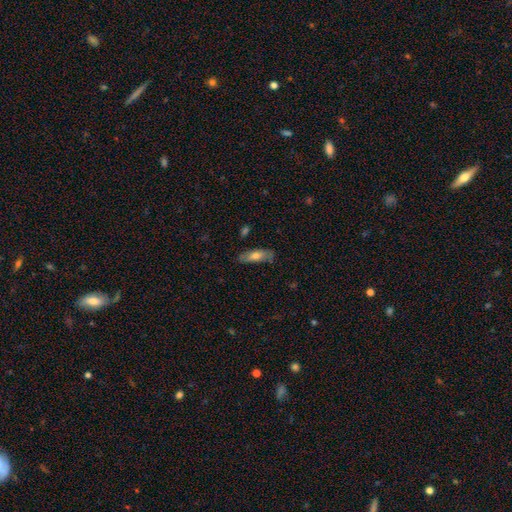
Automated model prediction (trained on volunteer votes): Smooth or featured? Predicted: smooth (p=0.69). How rounded? Predicted: in between (p=0.58). Merging? Predicted: none (p=0.78).